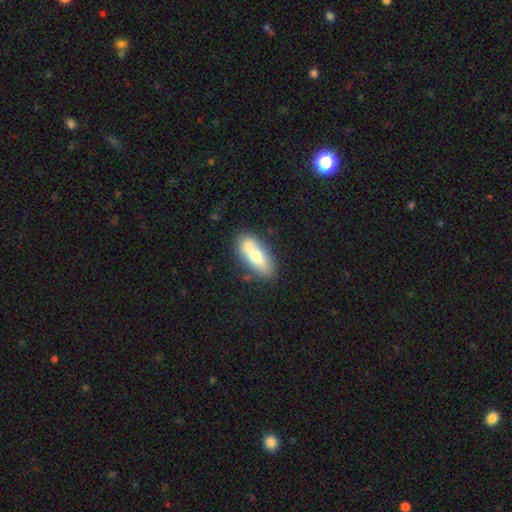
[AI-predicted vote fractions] smooth_or_featured: smooth (p=0.65) [alt: featured or disk p=0.28]
how_rounded: in between (p=0.79) [alt: cigar-shaped p=0.16]
merging: none (p=0.57) [alt: merger p=0.23]